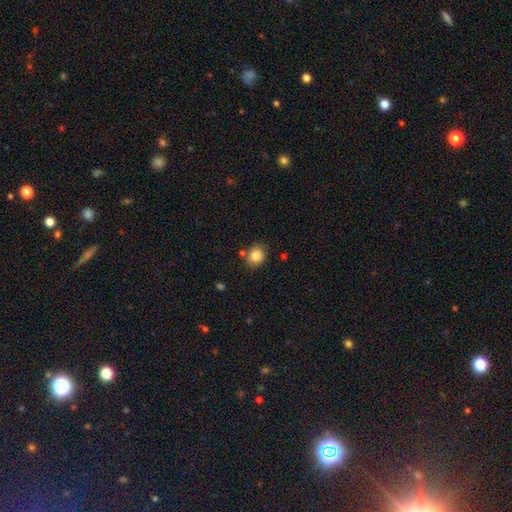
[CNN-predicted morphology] Smooth or featured: smooth — 85% (star or artifact — 9%)
How rounded: round — 74% (in between — 25%)
Merging: none — 75% (minor disturbance — 14%)